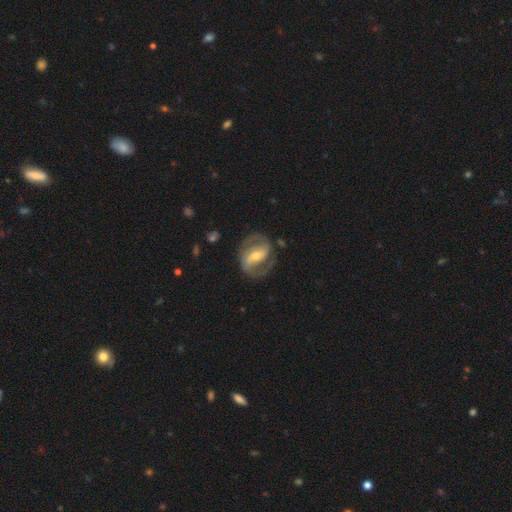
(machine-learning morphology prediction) A featured or disk galaxy (87%) with a strong bar (52%), 2 (90%) medium (55%) spiral arms (94%) and a moderate central bulge (53%).

Vote fractions:
- Smooth or featured? featured or disk: 87% / smooth: 9% / star or artifact: 4%
- Edge-on disk? no: 97% / yes: 3%
- Bar? strong: 52% / weak: 34% / no: 14%
- Spiral arms? yes: 94% / no: 6%
- Spiral winding? medium: 55% / tight: 28% / loose: 17%
- Spiral arm count? 2: 90% / can't tell: 4% / 1: 2% / 3: 2% / 4: 1% / more than 4: 1%
- Bulge size? moderate: 53% / small: 41% / large: 4% / none: 1% / dominant: 1%
- Merging? none: 77% / minor disturbance: 14% / major disturbance: 8% / merger: 2%